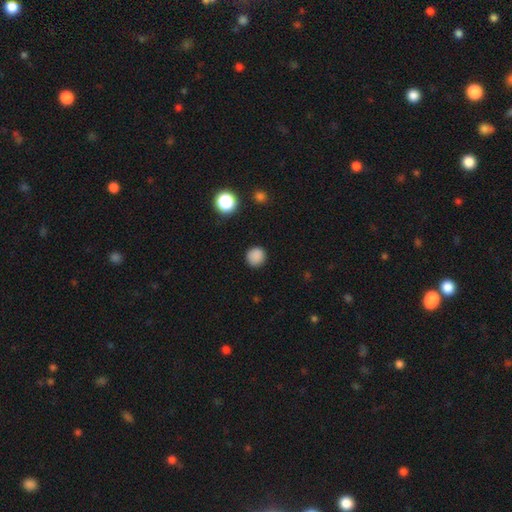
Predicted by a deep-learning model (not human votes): Smooth or featured? Predicted: smooth (p=0.86). How rounded? Predicted: round (p=0.93). Merging? Predicted: none (p=0.89).